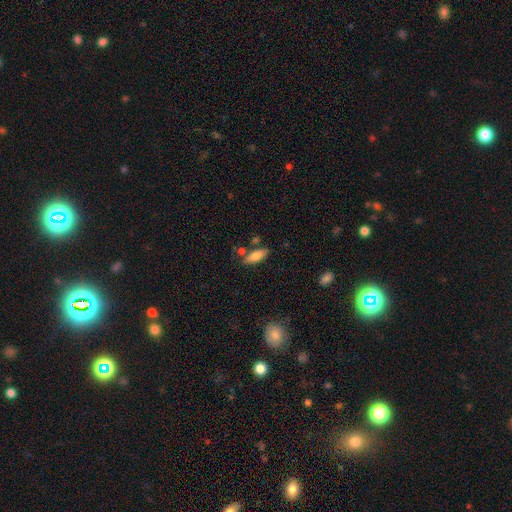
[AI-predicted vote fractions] Smooth or featured?
  - smooth: 76% *
  - featured or disk: 17%
  - star or artifact: 7%
How rounded?
  - in between: 66% *
  - cigar-shaped: 31%
  - round: 2%
Merging?
  - none: 74% *
  - minor disturbance: 14%
  - merger: 8%
  - major disturbance: 3%